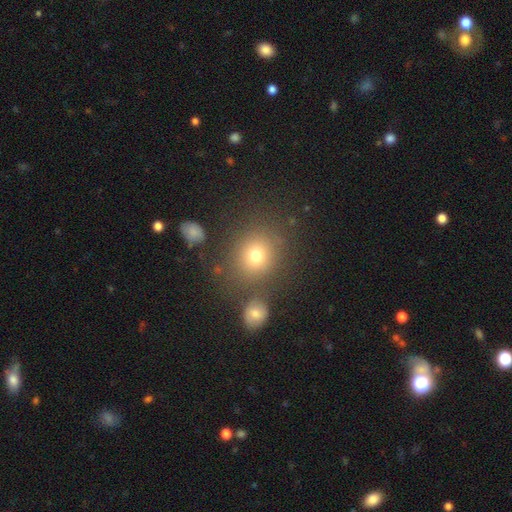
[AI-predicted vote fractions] The model was most divided on "smooth or featured": smooth: 74%, star or artifact: 16%, featured or disk: 10%. More confident: how rounded — round (82%); merging — none (76%).